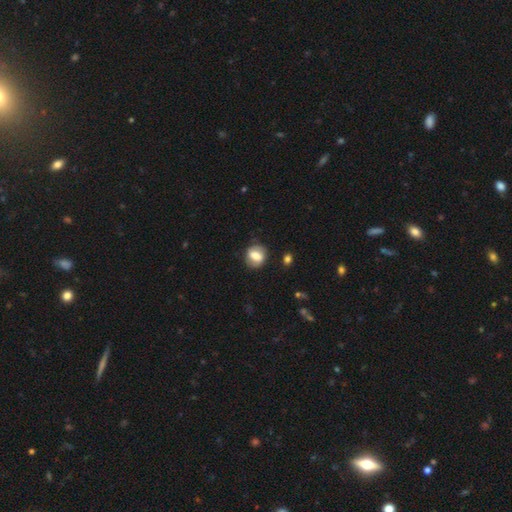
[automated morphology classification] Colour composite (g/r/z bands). It shows a smooth galaxy with no disk features (63%) that is round (50%). Merging: none (75%).